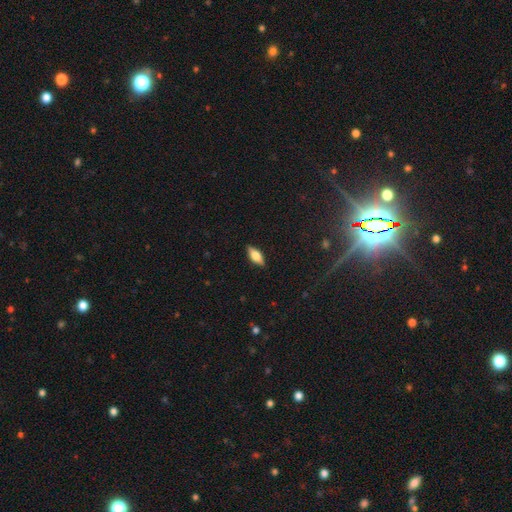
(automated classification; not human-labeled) Overall: smooth (64%; featured or disk 29%). How rounded: in between (77%). Merging: none (88%).